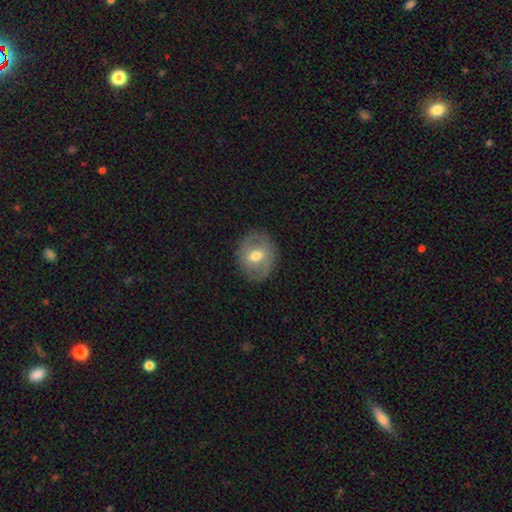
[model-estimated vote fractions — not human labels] This appears to be a smooth galaxy with no disk features (52%) that is round (66%). Merging: none (82%).